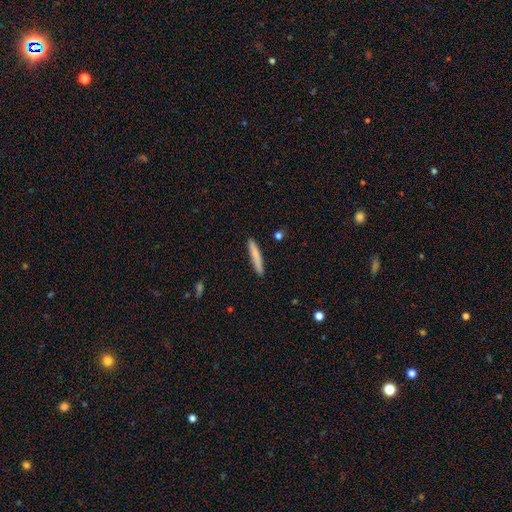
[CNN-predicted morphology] smooth-or-featured: smooth: 76% | featured or disk: 18% | star or artifact: 6%
  how-rounded: cigar-shaped: 94% | in between: 4% | round: 1%
  merging: none: 90% | minor disturbance: 7% | major disturbance: 1% | merger: 1%